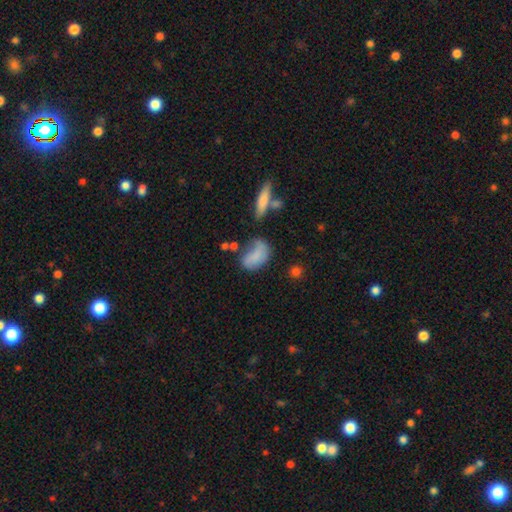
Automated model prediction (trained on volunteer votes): Smooth or featured? Predicted: smooth (p=0.68). How rounded? Predicted: in between (p=0.85). Merging? Predicted: none (p=0.36).